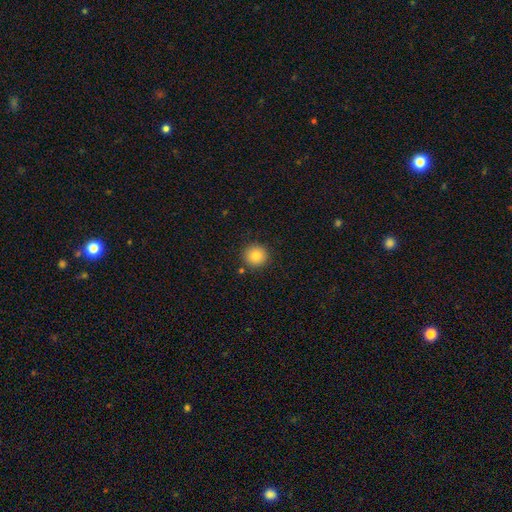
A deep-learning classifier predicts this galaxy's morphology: A smooth galaxy with no disk features (84%) that is round (93%).

Vote fractions:
- Smooth or featured? smooth: 84% / star or artifact: 10% / featured or disk: 6%
- How rounded? round: 93% / in between: 6% / cigar-shaped: 1%
- Merging? none: 89% / minor disturbance: 6% / merger: 2% / major disturbance: 2%